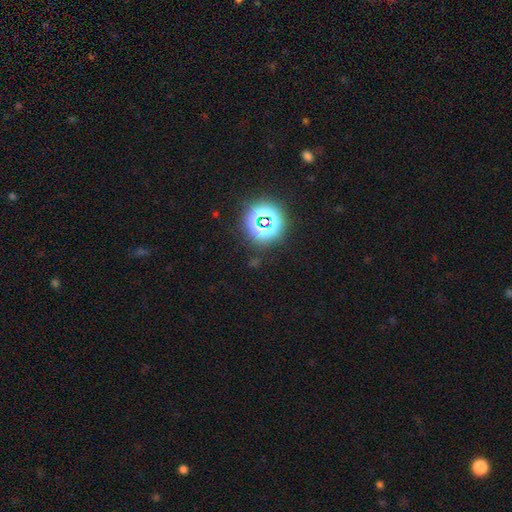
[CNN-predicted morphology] smooth_or_featured: star or artifact (p=0.78) [alt: smooth p=0.15]